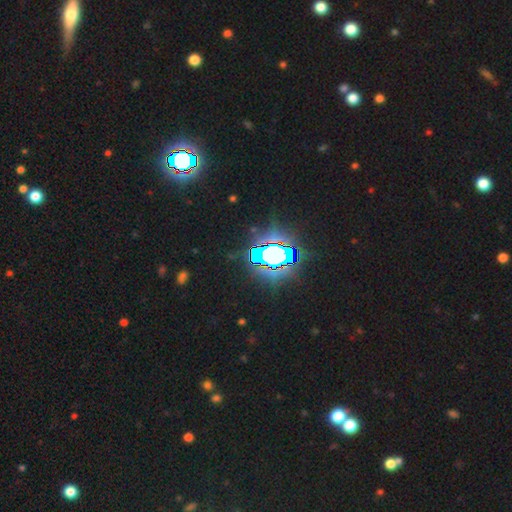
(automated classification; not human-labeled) star or artifact 74%, smooth 15%, featured or disk 11%.